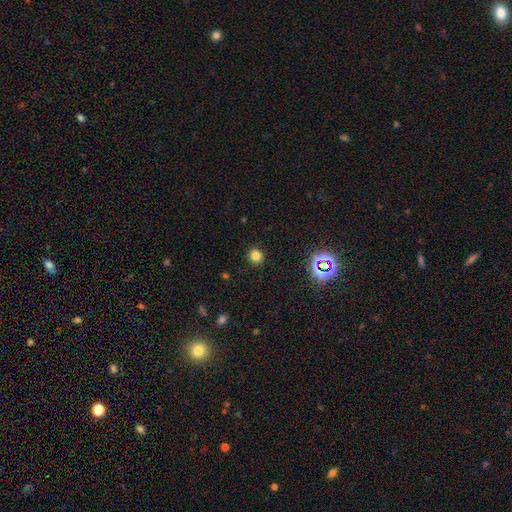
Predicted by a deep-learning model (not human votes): Smooth or featured? smooth (78%)
How rounded? round (86%)
Merging? none (91%)